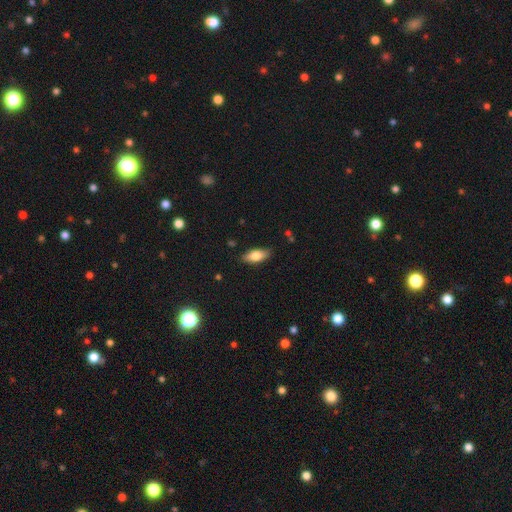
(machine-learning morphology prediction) Smooth or featured? Predicted: smooth (p=0.76). How rounded? Predicted: in between (p=0.82). Merging? Predicted: none (p=0.85).